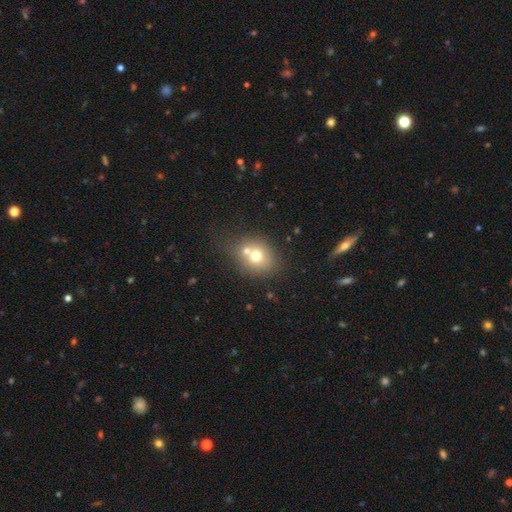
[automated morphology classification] smooth 67%, featured or disk 21%, star or artifact 13%. Down the decision tree: how rounded — round (63%); merging — merger (44%).